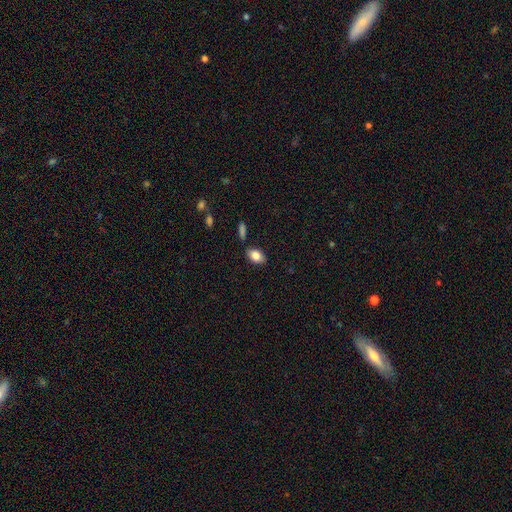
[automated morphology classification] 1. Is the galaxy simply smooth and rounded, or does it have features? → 81% smooth, 11% featured or disk, 8% star or artifact.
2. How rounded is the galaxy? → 88% in between, 9% round, 3% cigar-shaped.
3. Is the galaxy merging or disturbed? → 80% none, 13% minor disturbance, 4% merger, 3% major disturbance.